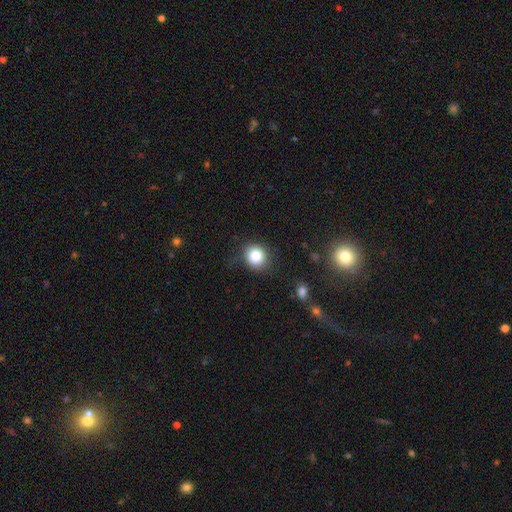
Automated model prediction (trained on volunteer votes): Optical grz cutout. It shows a smooth galaxy with no disk features (83%) that is round (78%). Merging: none (77%).